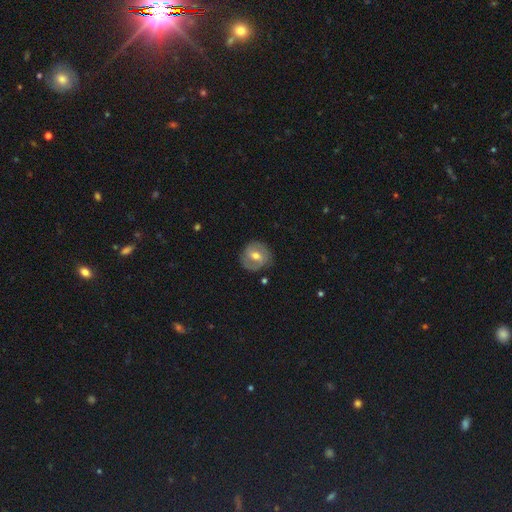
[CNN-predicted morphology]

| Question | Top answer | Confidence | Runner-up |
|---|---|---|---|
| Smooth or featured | featured or disk | 58% | smooth (35%) |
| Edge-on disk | no | 96% | yes (4%) |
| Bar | weak | 49% | no (28%) |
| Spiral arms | yes | 65% | no (35%) |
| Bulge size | moderate | 74% | small (19%) |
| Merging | none | 79% | minor disturbance (15%) |